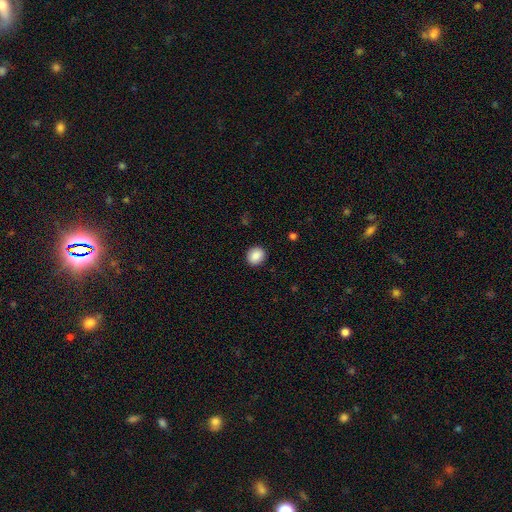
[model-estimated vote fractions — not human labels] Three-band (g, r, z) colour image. It shows a smooth galaxy with no disk features (88%) that is round (76%). Merging: none (91%).